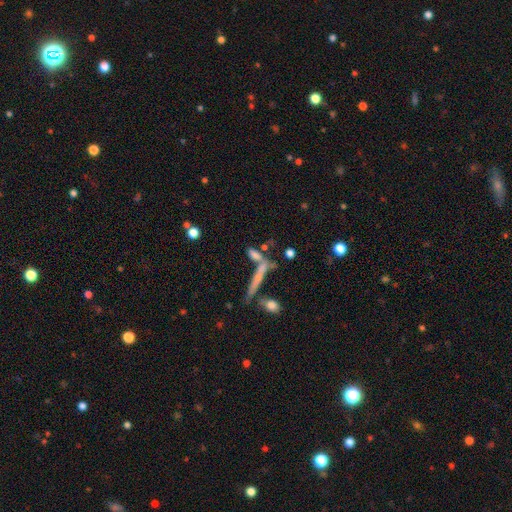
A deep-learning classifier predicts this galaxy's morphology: A smooth galaxy with no disk features (57%) that is cigar-shaped (72%).

Vote fractions:
- Smooth or featured? smooth: 57% / featured or disk: 30% / star or artifact: 13%
- How rounded? cigar-shaped: 72% / in between: 23% / round: 5%
- Merging? none: 45% / merger: 34% / minor disturbance: 13% / major disturbance: 8%